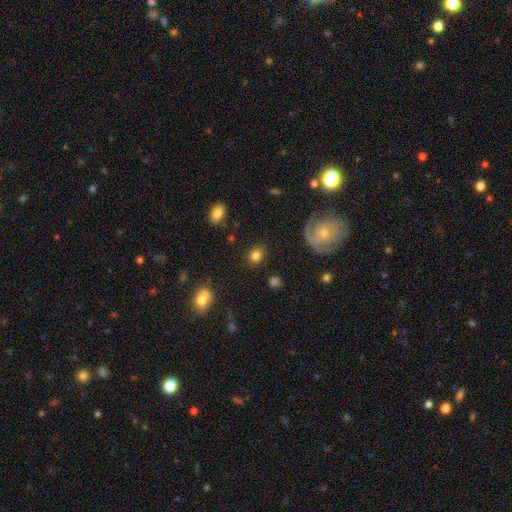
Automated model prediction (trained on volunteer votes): smooth-or-featured: smooth: 80% | star or artifact: 10% | featured or disk: 9%
  how-rounded: round: 57% | in between: 42% | cigar-shaped: 1%
  merging: none: 86% | minor disturbance: 9% | major disturbance: 3% | merger: 2%